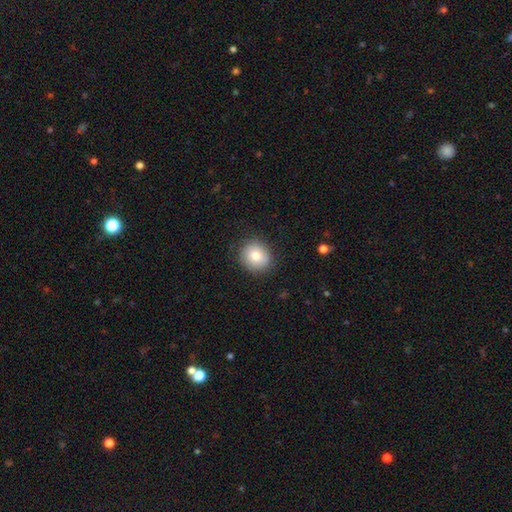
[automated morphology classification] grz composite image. It shows a smooth galaxy with no disk features (81%) that is round (79%). Merging: none (82%).